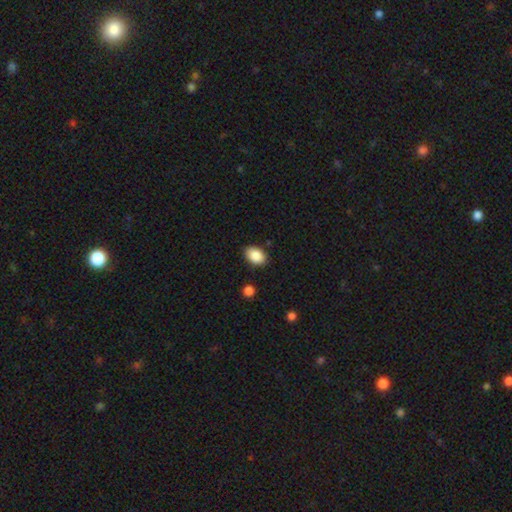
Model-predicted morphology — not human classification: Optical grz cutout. It shows a smooth galaxy with no disk features (88%) that is in between round and cigar-shaped (83%). Merging: none (85%).